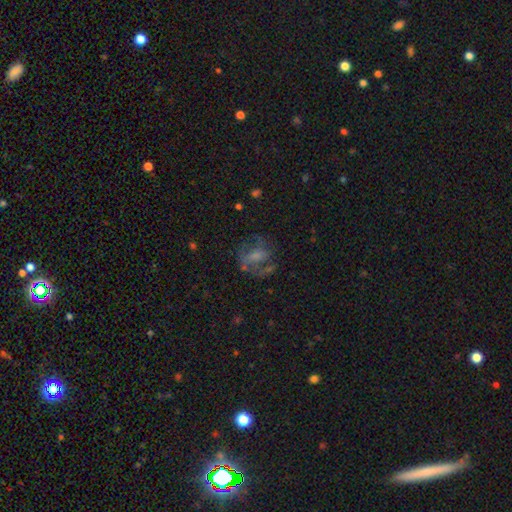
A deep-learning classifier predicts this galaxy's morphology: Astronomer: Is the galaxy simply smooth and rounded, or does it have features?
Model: featured or disk — 56% (runner-up: smooth, 31%).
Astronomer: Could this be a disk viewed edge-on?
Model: no — 96%.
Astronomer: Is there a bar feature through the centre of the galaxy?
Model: no — 47% (runner-up: weak, 36%).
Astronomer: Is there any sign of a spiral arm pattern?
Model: yes — 56% (runner-up: no, 44%).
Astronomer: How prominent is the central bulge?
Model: moderate — 31% (runner-up: small, 30%).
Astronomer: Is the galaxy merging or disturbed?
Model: none — 50% (runner-up: major disturbance, 27%).